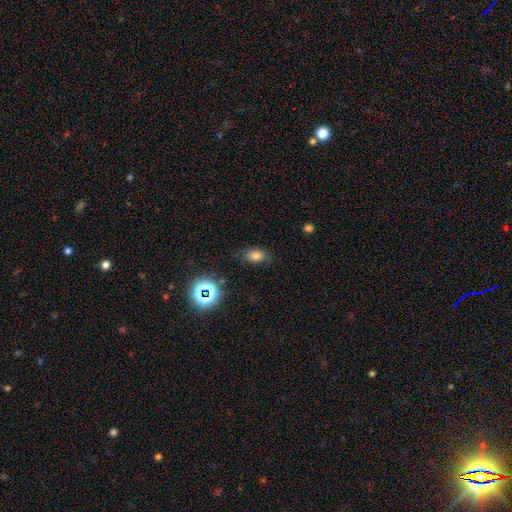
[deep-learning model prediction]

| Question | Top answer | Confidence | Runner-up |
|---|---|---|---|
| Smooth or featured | smooth | 74% | star or artifact (17%) |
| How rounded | in between | 83% | round (15%) |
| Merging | none | 73% | minor disturbance (19%) |